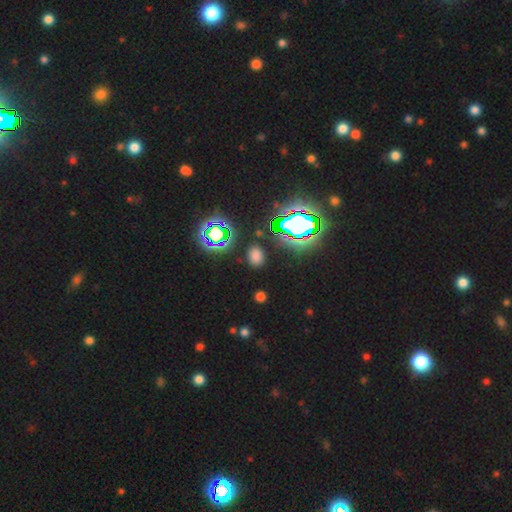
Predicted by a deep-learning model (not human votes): Smooth or featured? smooth (64%)
How rounded? in between (64%)
Merging? none (87%)